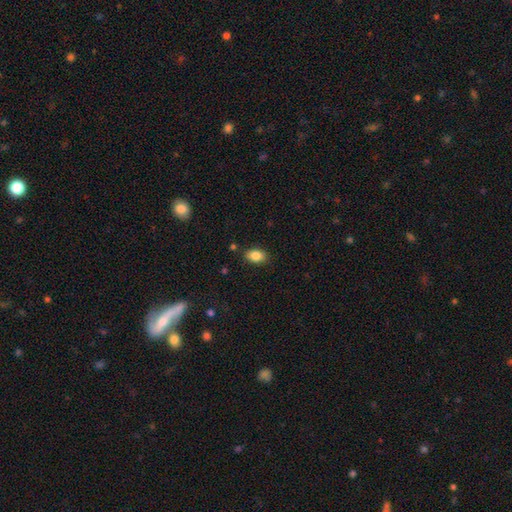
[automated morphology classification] Q: Smooth or featured?
A: smooth (85%); runner-up: star or artifact (8%)
Q: How rounded?
A: in between (87%); runner-up: round (11%)
Q: Merging?
A: none (85%); runner-up: minor disturbance (11%)